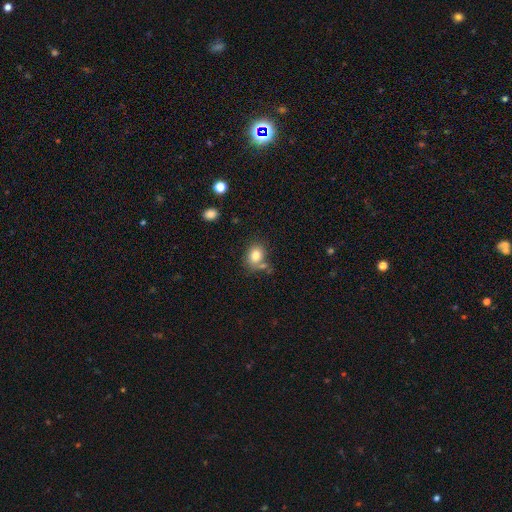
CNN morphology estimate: This is clearly a smooth galaxy (81%). How rounded: possibly in between (52%). Merging: likely none (64%).